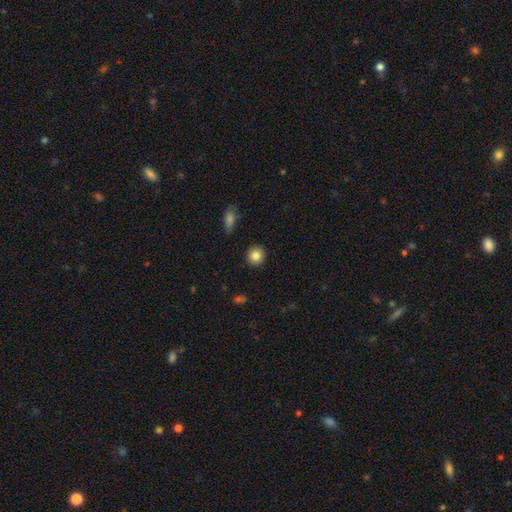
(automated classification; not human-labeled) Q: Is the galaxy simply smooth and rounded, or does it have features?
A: smooth — 85%.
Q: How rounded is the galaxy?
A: round — 91%.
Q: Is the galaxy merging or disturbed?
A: none — 91%.